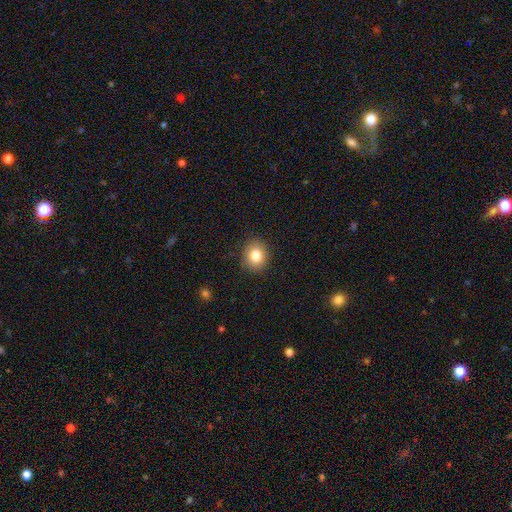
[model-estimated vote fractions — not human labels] This appears to be a smooth galaxy with no disk features (82%) that is round (71%). Merging: none (88%).